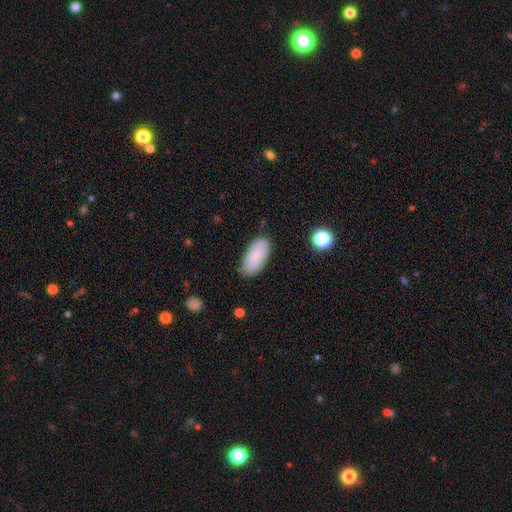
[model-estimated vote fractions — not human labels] Smooth or featured? smooth (79%)
How rounded? in between (91%)
Merging? none (79%)